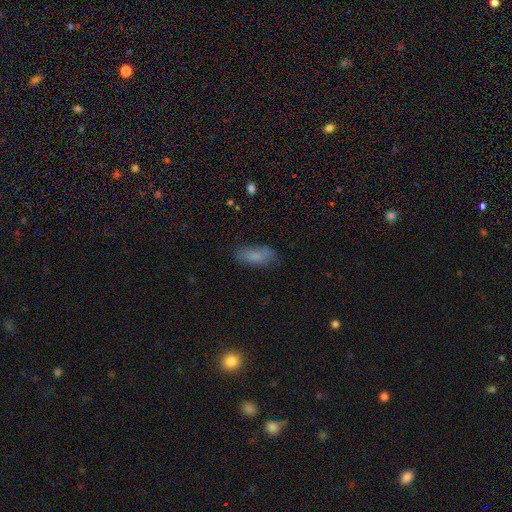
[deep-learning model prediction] Smooth or featured? smooth (80%)
How rounded? in between (78%)
Merging? none (74%)